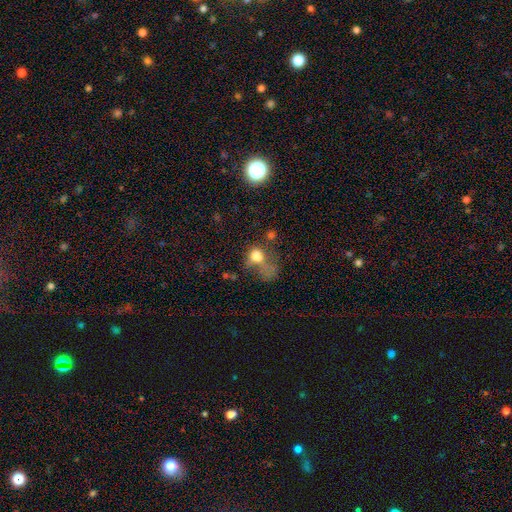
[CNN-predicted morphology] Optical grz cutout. It shows a smooth galaxy with no disk features (68%) that is round (53%). Merging: major disturbance (47%).